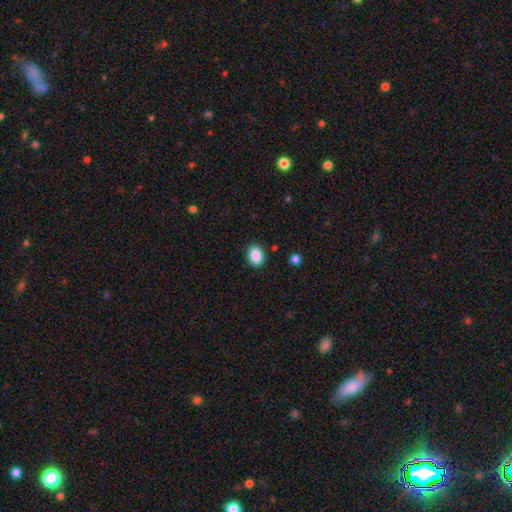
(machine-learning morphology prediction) A smooth galaxy with no disk features (88%) that is in between round and cigar-shaped (69%). Merging: none (88%).